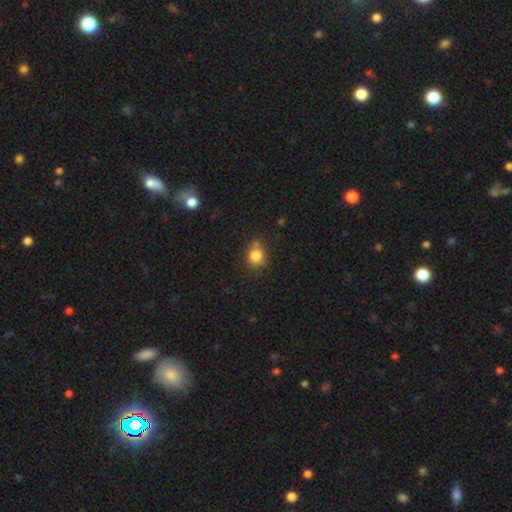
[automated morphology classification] Q: Smooth or featured?
A: smooth (81%); runner-up: star or artifact (12%)
Q: How rounded?
A: round (77%); runner-up: in between (22%)
Q: Merging?
A: none (69%); runner-up: minor disturbance (18%)